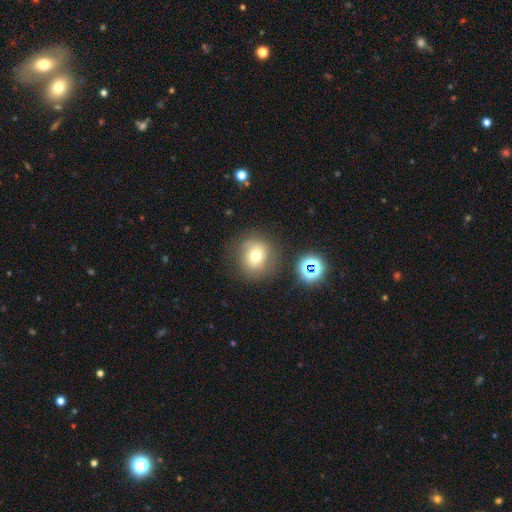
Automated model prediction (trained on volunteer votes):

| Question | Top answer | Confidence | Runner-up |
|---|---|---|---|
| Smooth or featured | smooth | 67% | featured or disk (18%) |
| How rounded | round | 86% | in between (13%) |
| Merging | none | 73% | minor disturbance (15%) |